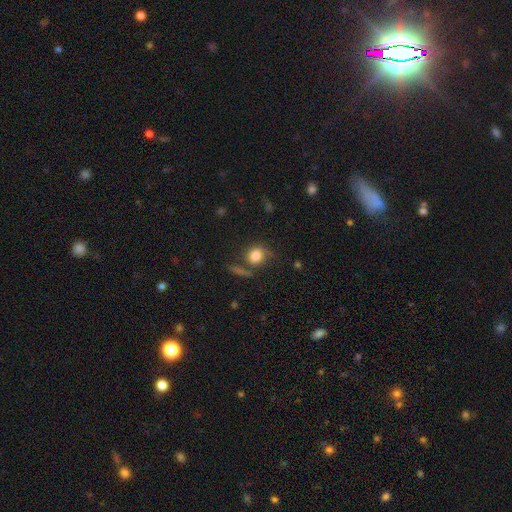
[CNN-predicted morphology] The model was most divided on "merging": none: 61%, minor disturbance: 20%, merger: 10%, major disturbance: 10%. More confident: smooth or featured — smooth (77%); how rounded — round (73%).